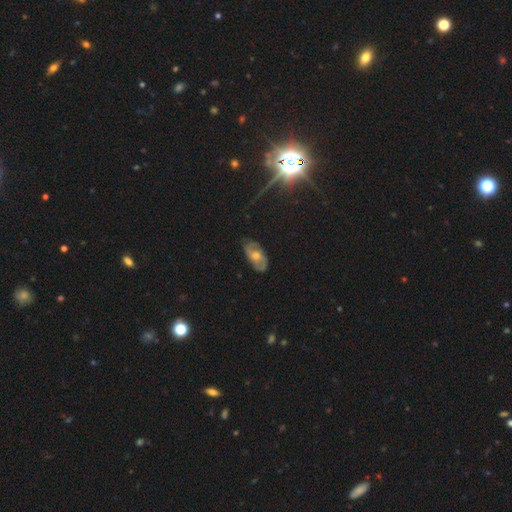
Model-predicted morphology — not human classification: A featured or disk galaxy (65%) with no bar (67%), spiral arms (74%) and a moderate central bulge (65%). Merging: none (77%).